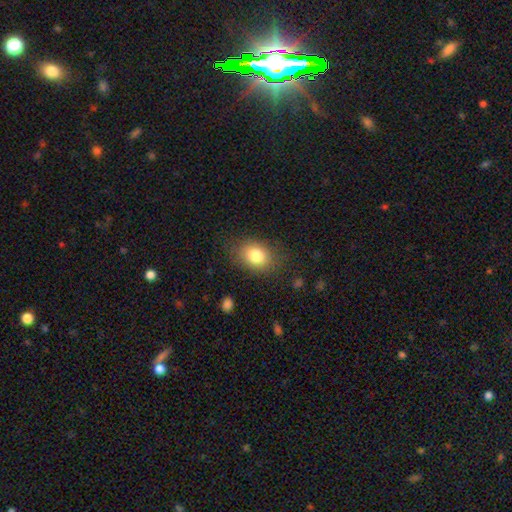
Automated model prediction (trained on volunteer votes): Smooth or featured? Predicted: smooth (p=0.81). How rounded? Predicted: in between (p=0.65). Merging? Predicted: none (p=0.81).